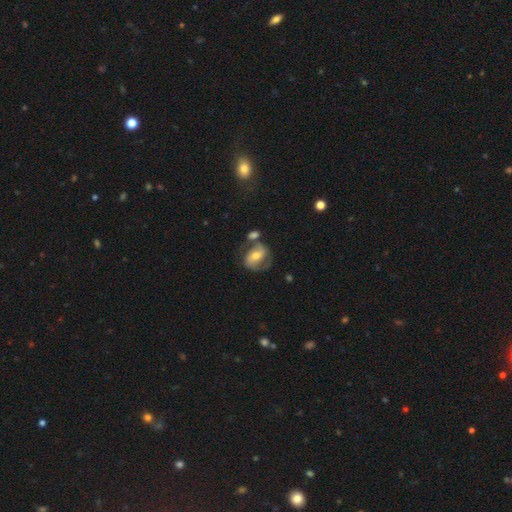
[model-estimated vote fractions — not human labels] Q: Smooth or featured?
A: featured or disk (66%); runner-up: smooth (27%)
Q: Edge-on disk?
A: no (96%); runner-up: yes (4%)
Q: Bar?
A: weak (37%); runner-up: no (36%)
Q: Spiral arms?
A: yes (85%); runner-up: no (15%)
Q: Spiral winding?
A: medium (48%); runner-up: tight (29%)
Q: Spiral arm count?
A: 2 (80%); runner-up: can't tell (9%)
Q: Bulge size?
A: moderate (63%); runner-up: small (28%)
Q: Merging?
A: none (50%); runner-up: merger (20%)